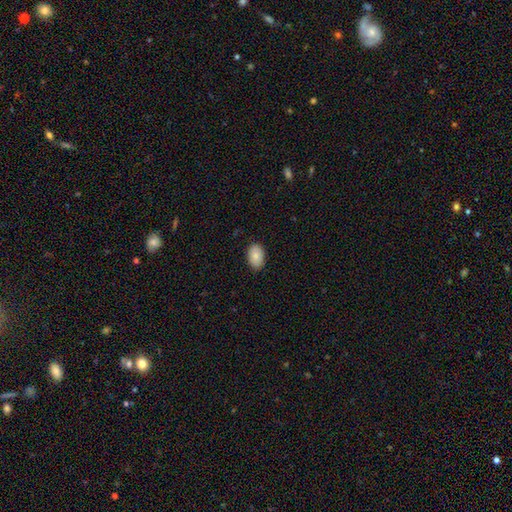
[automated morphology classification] Smooth or featured? smooth (86%)
How rounded? in between (90%)
Merging? none (86%)